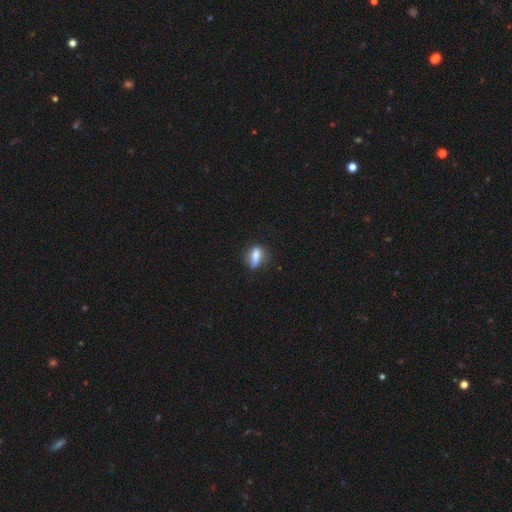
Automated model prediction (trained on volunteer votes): This appears to be a smooth galaxy with no disk features (74%) that is in between round and cigar-shaped (70%). Merging: none (65%).